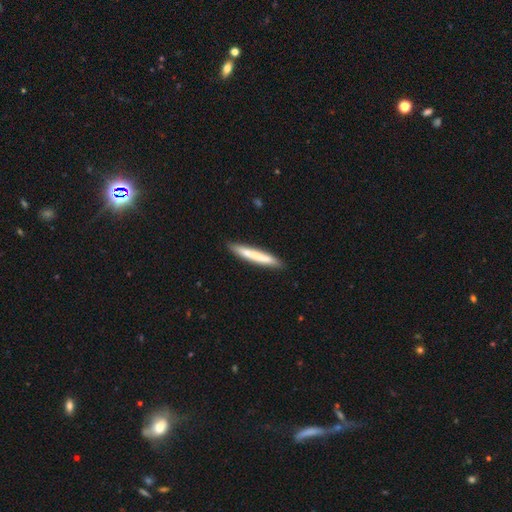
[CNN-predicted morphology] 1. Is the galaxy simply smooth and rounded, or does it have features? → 69% smooth, 25% featured or disk, 6% star or artifact.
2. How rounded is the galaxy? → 96% cigar-shaped, 3% in between, 1% round.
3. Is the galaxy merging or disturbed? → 87% none, 10% minor disturbance, 2% merger, 2% major disturbance.